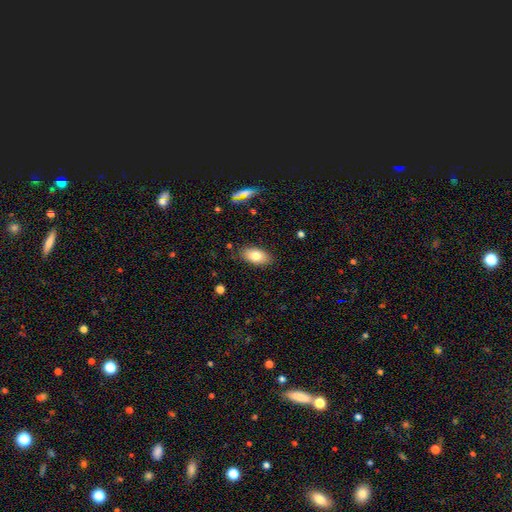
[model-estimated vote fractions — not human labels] A smooth galaxy with no disk features (79%) that is in between round and cigar-shaped (93%). Merging: none (85%).